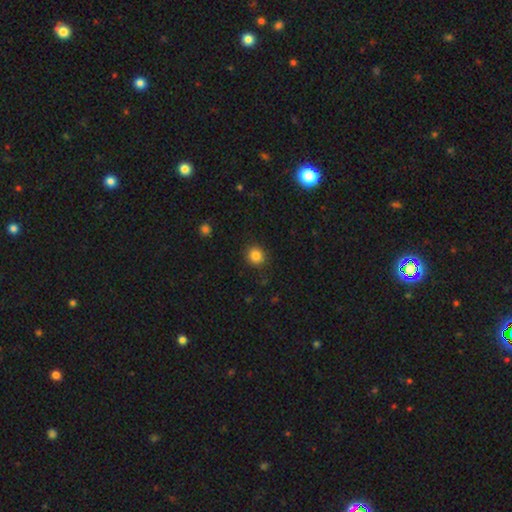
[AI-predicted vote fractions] The model was most divided on "how rounded": round: 86%, in between: 14%, cigar-shaped: 1%. More confident: merging — none (90%); smooth or featured — smooth (85%).